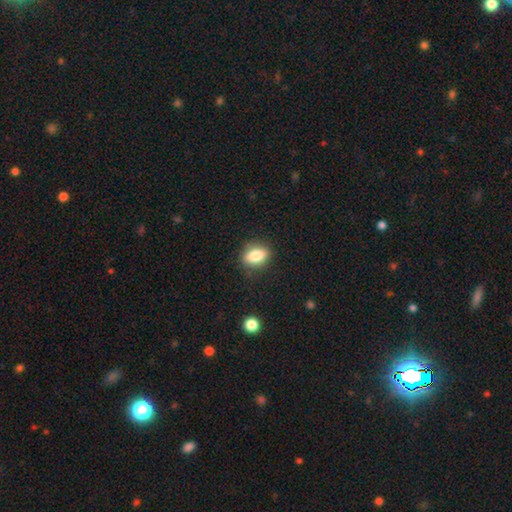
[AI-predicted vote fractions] A smooth galaxy with no disk features (81%) that is in between round and cigar-shaped (77%). Merging: none (84%).